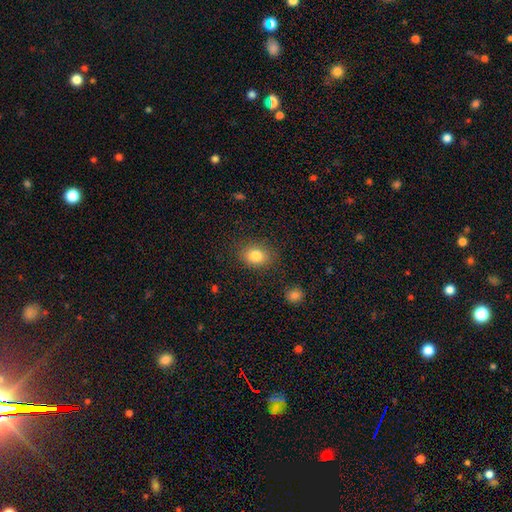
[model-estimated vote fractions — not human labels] Smooth or featured? smooth (83%)
How rounded? in between (64%)
Merging? none (83%)